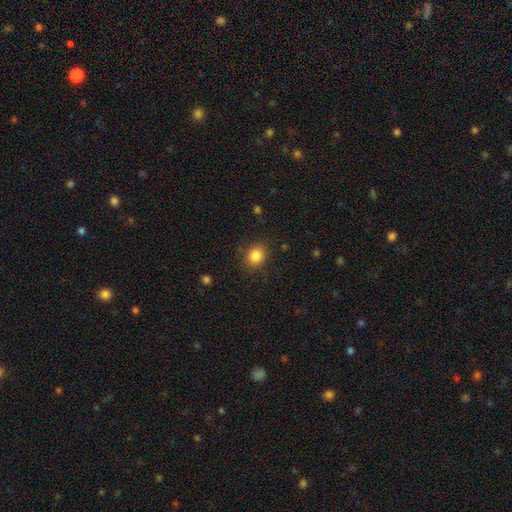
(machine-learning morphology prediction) Smooth or featured? smooth (85%)
How rounded? round (58%)
Merging? none (82%)